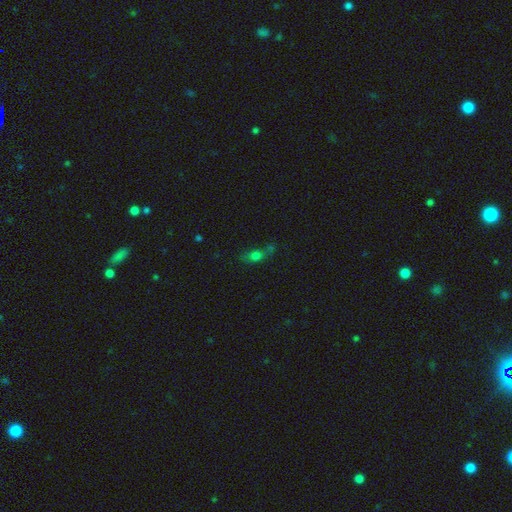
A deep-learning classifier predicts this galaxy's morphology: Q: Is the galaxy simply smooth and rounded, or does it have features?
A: smooth — 64%.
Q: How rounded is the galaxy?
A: in between — 63%.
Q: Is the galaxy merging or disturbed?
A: none — 49%.